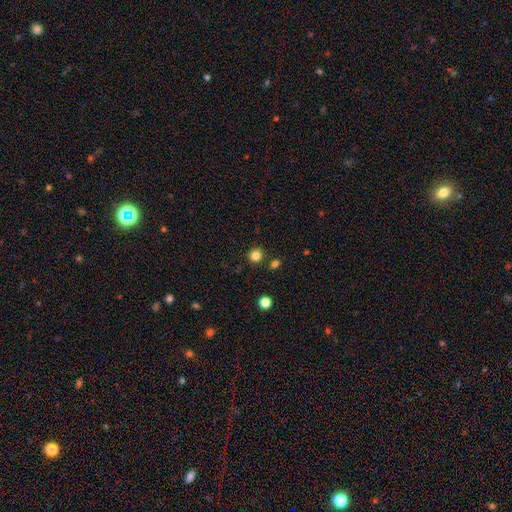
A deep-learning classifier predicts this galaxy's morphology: The model was most divided on "smooth or featured": smooth: 82%, star or artifact: 13%, featured or disk: 4%. More confident: how rounded — round (91%); merging — none (86%).